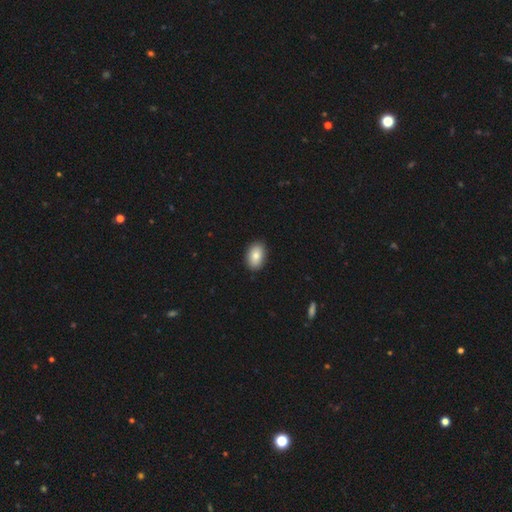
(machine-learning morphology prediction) smooth_or_featured: smooth (p=0.83) [alt: featured or disk p=0.10]
how_rounded: in between (p=0.88) [alt: round p=0.11]
merging: none (p=0.89) [alt: minor disturbance p=0.09]